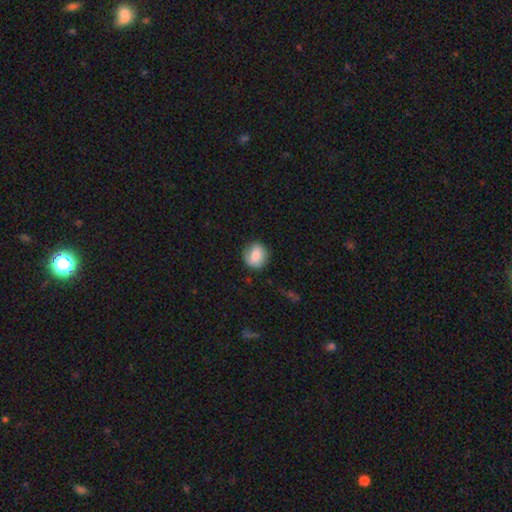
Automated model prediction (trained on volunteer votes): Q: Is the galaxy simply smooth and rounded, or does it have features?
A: smooth — 80%.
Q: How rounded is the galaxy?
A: round — 84%.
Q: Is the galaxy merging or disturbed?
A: none — 79%.